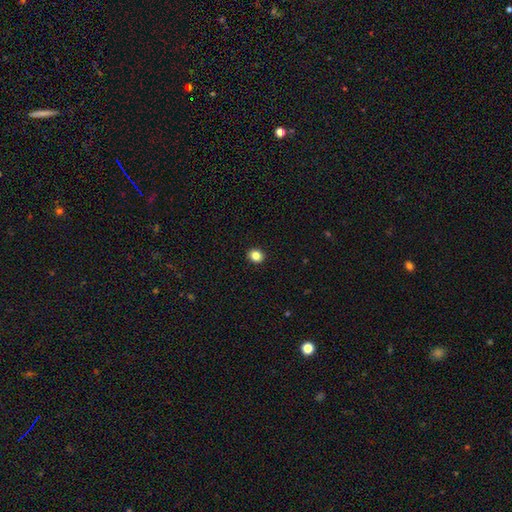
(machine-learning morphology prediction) Smooth or featured? Predicted: smooth (p=0.85). How rounded? Predicted: round (p=0.69). Merging? Predicted: none (p=0.92).